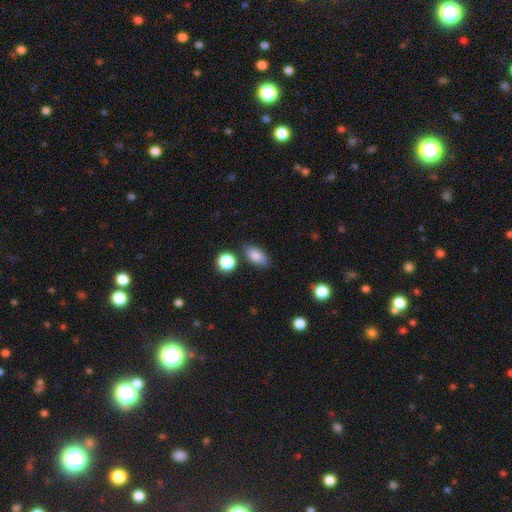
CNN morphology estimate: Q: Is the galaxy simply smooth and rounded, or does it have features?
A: smooth — 84%.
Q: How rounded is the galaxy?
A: in between — 88%.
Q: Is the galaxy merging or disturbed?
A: none — 79%.